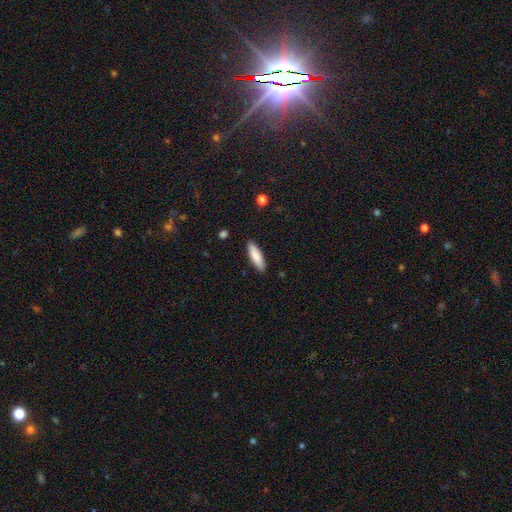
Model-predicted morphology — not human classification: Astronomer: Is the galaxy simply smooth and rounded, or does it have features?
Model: smooth — 86%.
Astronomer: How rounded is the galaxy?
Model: cigar-shaped — 56% (runner-up: in between, 42%).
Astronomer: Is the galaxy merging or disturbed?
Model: none — 89%.